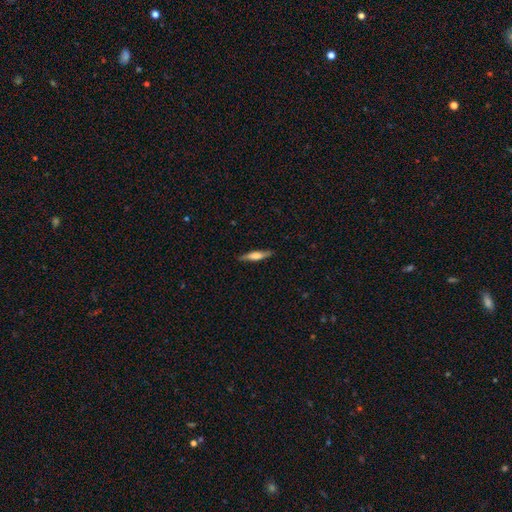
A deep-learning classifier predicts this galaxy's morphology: Smooth or featured? smooth (47%, tied with featured or disk)
Merging? none (87%)